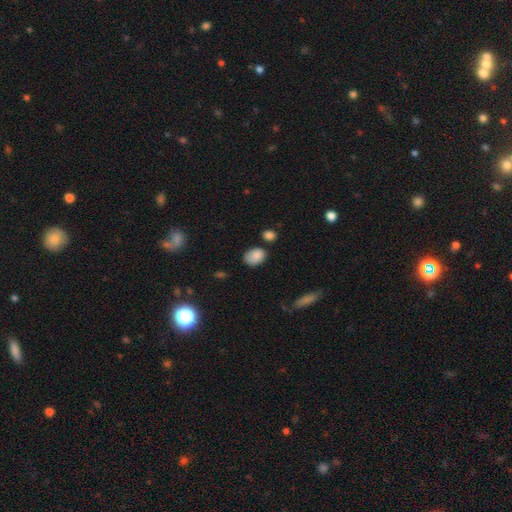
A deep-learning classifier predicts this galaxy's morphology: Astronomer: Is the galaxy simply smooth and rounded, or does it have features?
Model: smooth — 86%.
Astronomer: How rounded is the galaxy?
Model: in between — 78%.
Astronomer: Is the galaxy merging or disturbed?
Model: none — 68%.